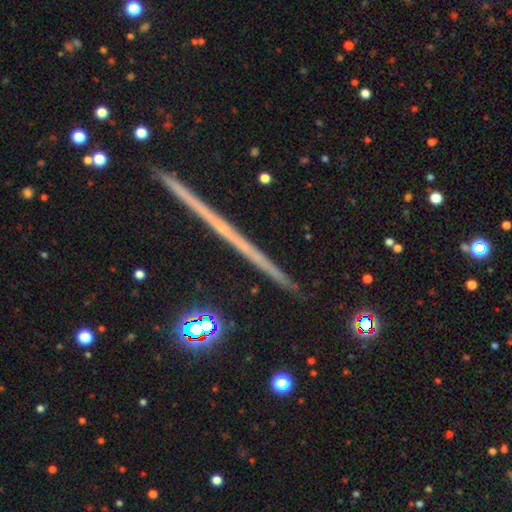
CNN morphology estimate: Smooth or featured? featured or disk (49%)
Merging? none (91%)